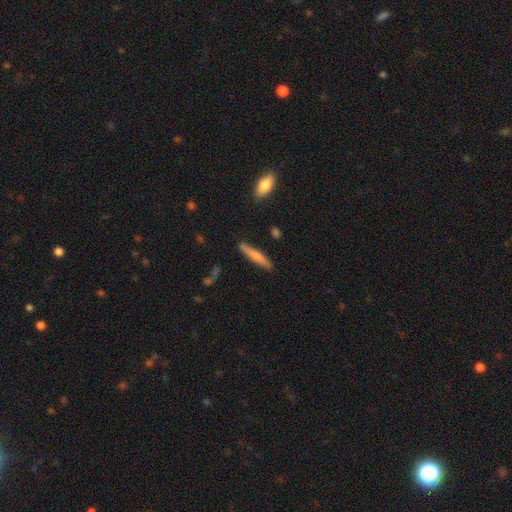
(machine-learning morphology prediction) Q: Smooth or featured?
A: smooth (70%); runner-up: featured or disk (24%)
Q: How rounded?
A: cigar-shaped (90%); runner-up: in between (8%)
Q: Merging?
A: none (83%); runner-up: minor disturbance (12%)